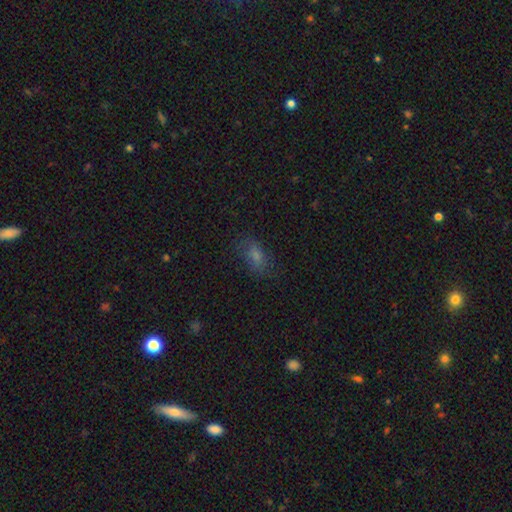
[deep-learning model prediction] Smooth or featured?
  - smooth: 68% *
  - featured or disk: 16%
  - star or artifact: 16%
How rounded?
  - in between: 83% *
  - round: 10%
  - cigar-shaped: 7%
Merging?
  - none: 68% *
  - minor disturbance: 20%
  - major disturbance: 10%
  - merger: 2%